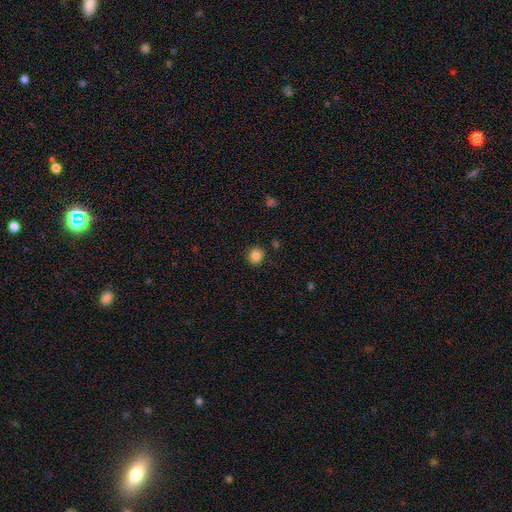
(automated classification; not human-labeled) Smooth or featured? smooth (85%)
How rounded? round (91%)
Merging? none (89%)